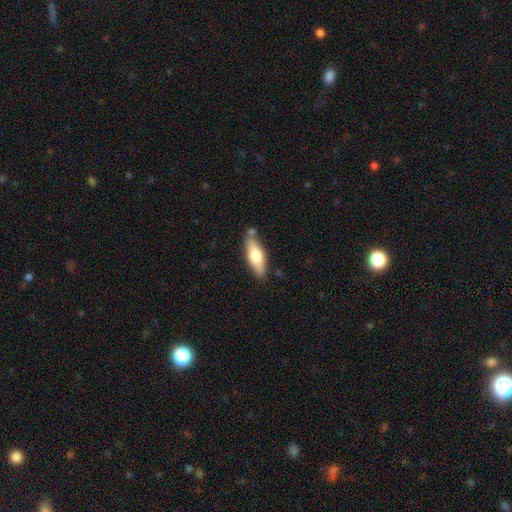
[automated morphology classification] A smooth galaxy with no disk features (63%) that is in between round and cigar-shaped (54%). Merging: none (72%).